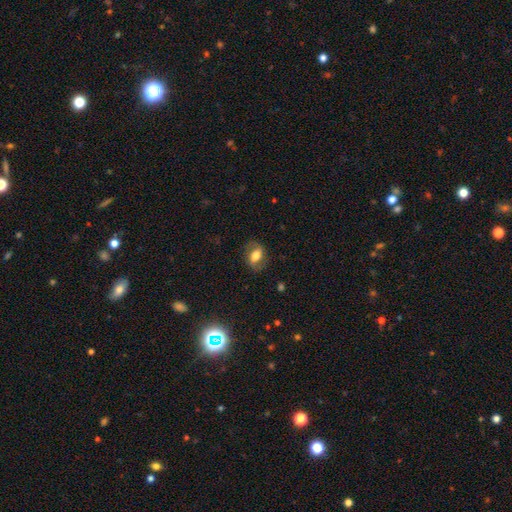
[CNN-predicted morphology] A smooth galaxy with no disk features (57%) that is in between round and cigar-shaped (76%). Merging: none (75%).